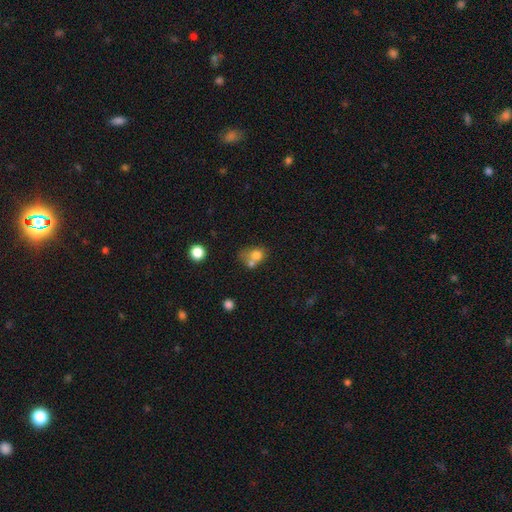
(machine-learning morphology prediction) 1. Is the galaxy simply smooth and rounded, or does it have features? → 72% smooth, 16% featured or disk, 12% star or artifact.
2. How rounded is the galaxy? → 60% round, 39% in between, 1% cigar-shaped.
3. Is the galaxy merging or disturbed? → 53% merger, 29% none, 11% minor disturbance, 7% major disturbance.